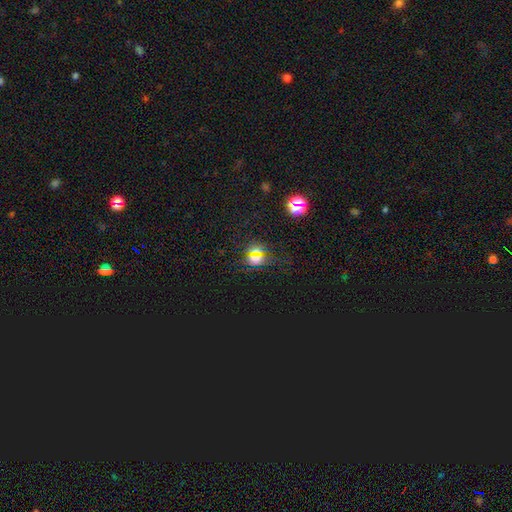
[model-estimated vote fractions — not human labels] Smooth or featured: star or artifact — 57% (smooth — 32%)